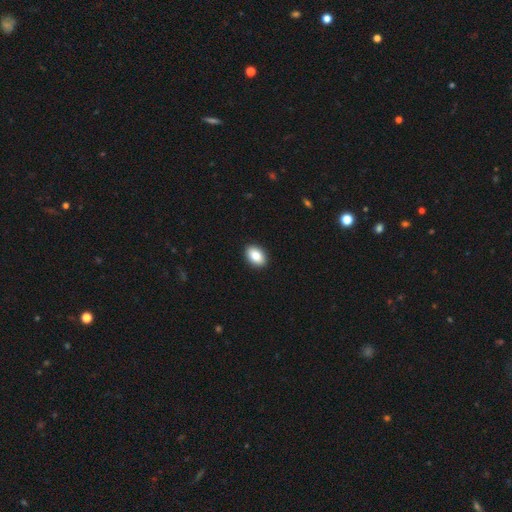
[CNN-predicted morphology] This is clearly a smooth galaxy (85%). How rounded: clearly in between (88%). Merging: clearly none (92%).